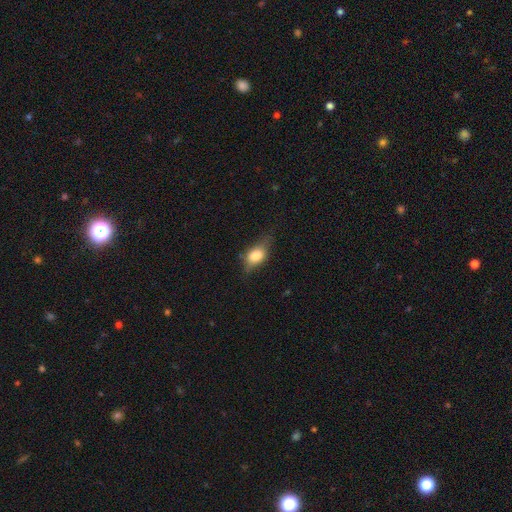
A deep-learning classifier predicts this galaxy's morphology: Smooth or featured: smooth — 72% (featured or disk — 20%)
How rounded: in between — 78% (round — 15%)
Merging: none — 60% (minor disturbance — 29%)